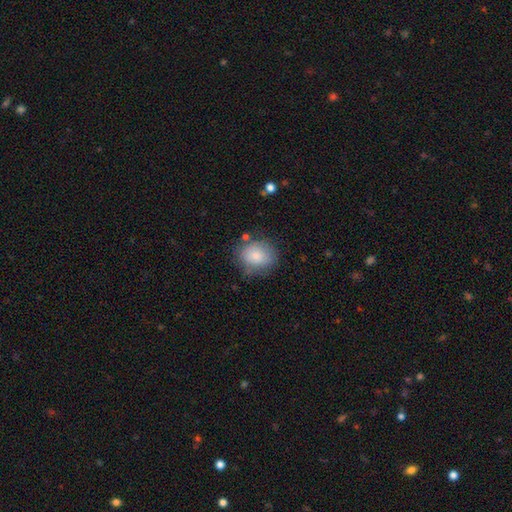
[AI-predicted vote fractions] smooth 82%, featured or disk 11%, star or artifact 8%. Down the decision tree: how rounded — round (64%); merging — none (71%).